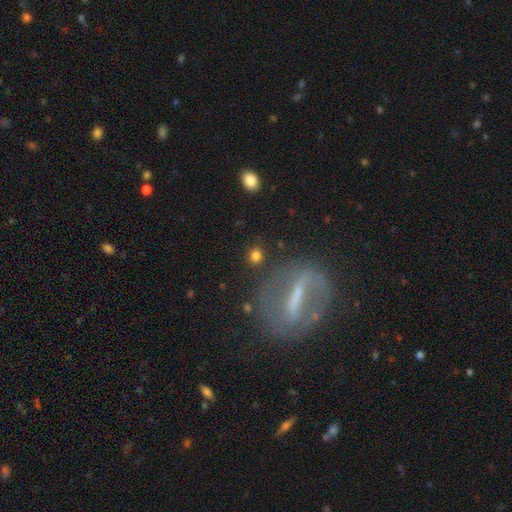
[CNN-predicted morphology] This is likely a smooth galaxy (77%). How rounded: likely round (80%). Merging: clearly none (85%).